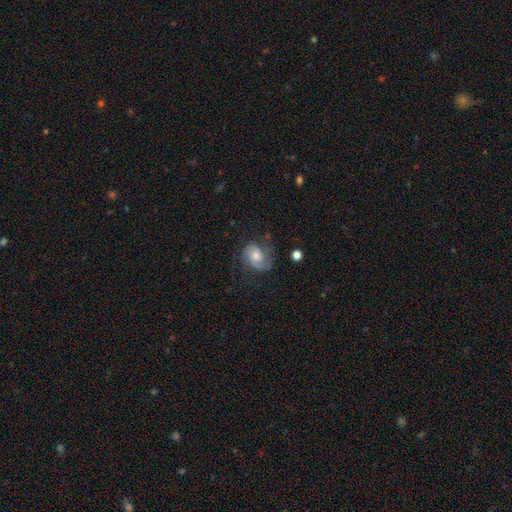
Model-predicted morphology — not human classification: type=featured or disk (70%); edge-on=no (97%); bar=no (64%); spiral arms=yes (92%); winding=medium (45%); arm count=2 (74%); bulge=moderate (62%); merging=none (64%).